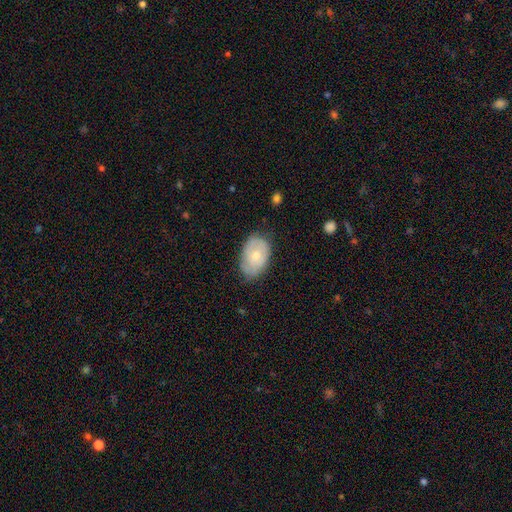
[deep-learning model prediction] A smooth galaxy with no disk features (58%) that is in between round and cigar-shaped (85%).

Vote fractions:
- Smooth or featured? smooth: 58% / featured or disk: 36% / star or artifact: 6%
- How rounded? in between: 85% / round: 14% / cigar-shaped: 1%
- Merging? none: 65% / minor disturbance: 28% / major disturbance: 6% / merger: 1%